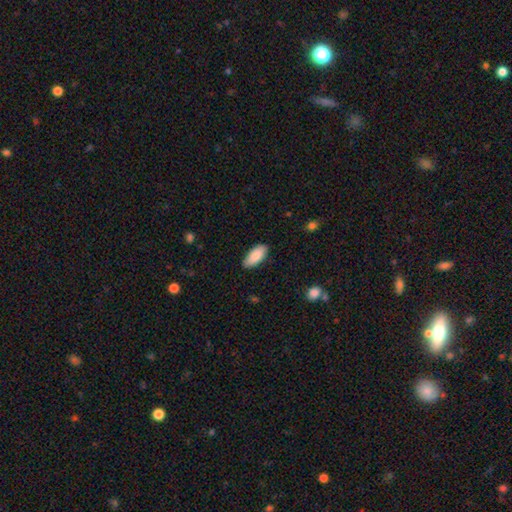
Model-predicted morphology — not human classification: smooth 88%, featured or disk 6%, star or artifact 6%. Down the decision tree: how rounded — in between (89%); merging — none (83%).